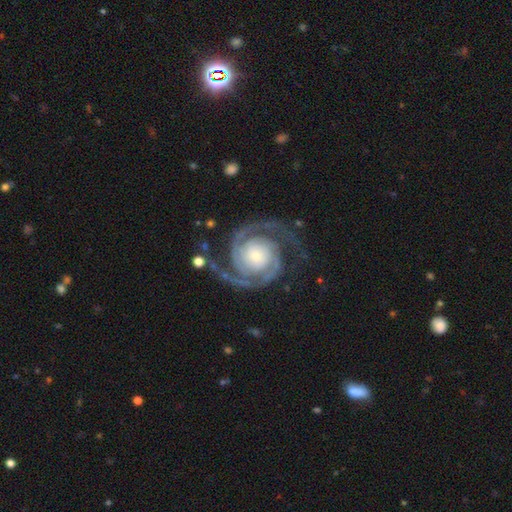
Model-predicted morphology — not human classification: A featured or disk galaxy (93%) with no bar (72%), 2 (92%) tight (61%) spiral arms (99%) and a small central bulge (60%). Merging: none (78%).